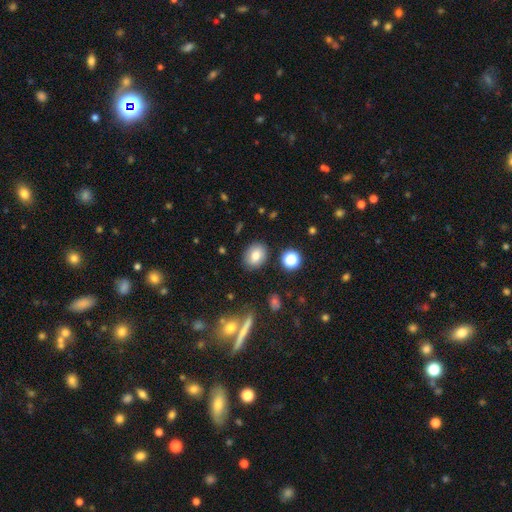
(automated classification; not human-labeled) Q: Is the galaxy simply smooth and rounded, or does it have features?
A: smooth — 79%.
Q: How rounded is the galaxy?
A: in between — 56%.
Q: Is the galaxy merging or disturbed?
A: none — 86%.